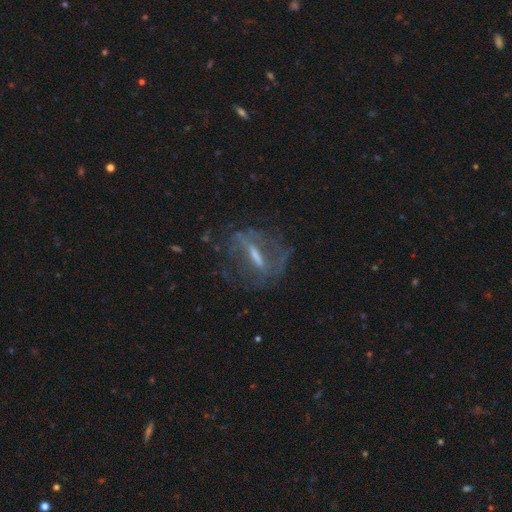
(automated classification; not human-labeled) A featured or disk galaxy (72%) with a strong bar (66%), spiral arms (58%) and a moderate central bulge (36%).

Vote fractions:
- Smooth or featured? featured or disk: 72% / smooth: 17% / star or artifact: 11%
- Edge-on disk? no: 71% / yes: 29%
- Bar? strong: 66% / weak: 24% / no: 10%
- Spiral arms? yes: 58% / no: 42%
- Bulge size? moderate: 36% / small: 28% / none: 25% / large: 9% / dominant: 2%
- Merging? none: 62% / major disturbance: 19% / minor disturbance: 17% / merger: 2%